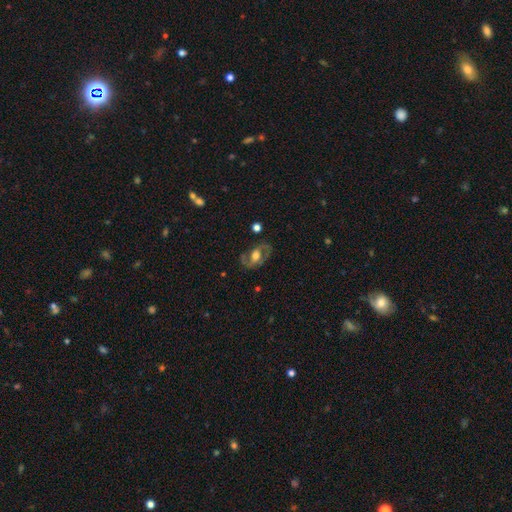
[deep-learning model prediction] Overall: featured or disk (70%). Edge-on disk: no (94%). Bar: no (50%; weak 34%). Spiral arms: yes (72%). Bulge size: moderate (60%; large 27%). Merging: none (71%).